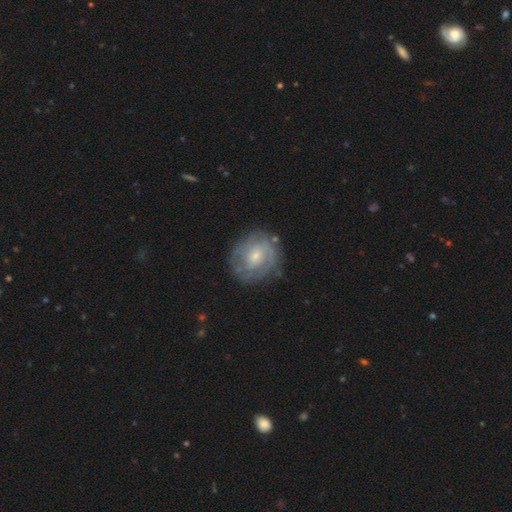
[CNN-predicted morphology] The model was most divided on "bulge size": small: 53%, moderate: 40%, none: 3%, large: 3%, dominant: 1%. Remaining: edge-on disk — no (97%); spiral arms — yes (84%); merging — none (77%); smooth or featured — featured or disk (71%); spiral winding — tight (67%); bar — no (62%); spiral arm count — can't tell (44%).